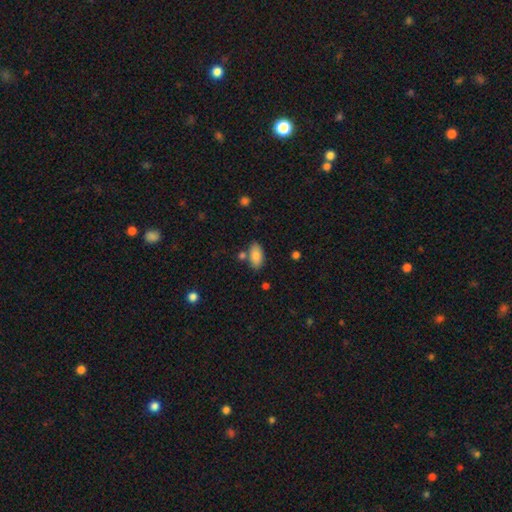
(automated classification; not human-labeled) smooth-or-featured: smooth: 86% | star or artifact: 7% | featured or disk: 7%
  how-rounded: in between: 93% | cigar-shaped: 4% | round: 3%
  merging: none: 74% | minor disturbance: 13% | merger: 10% | major disturbance: 3%